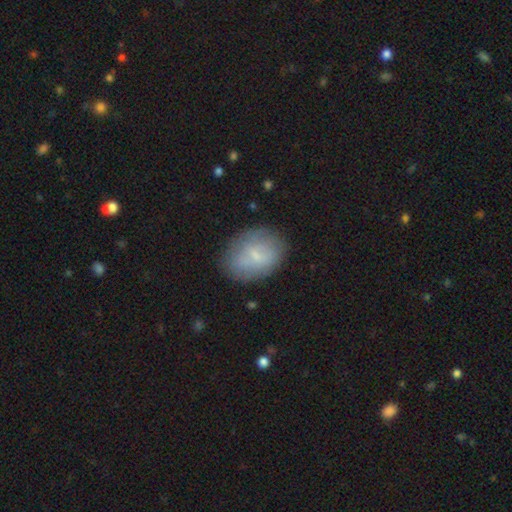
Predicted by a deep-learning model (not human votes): A smooth galaxy with no disk features (62%) that is in between round and cigar-shaped (70%). Merging: none (75%).